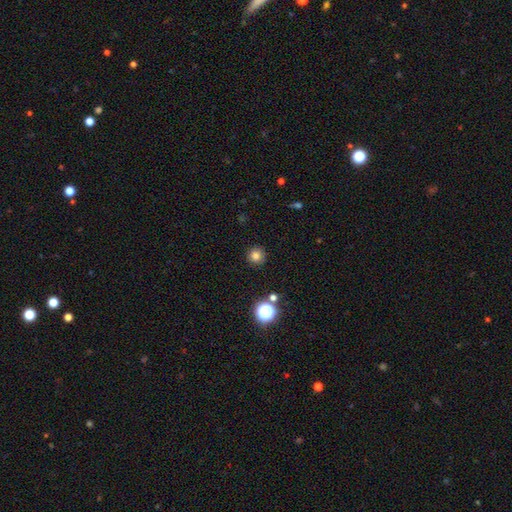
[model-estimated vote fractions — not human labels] Morphology: type=smooth (80%); roundness=round (95%); merging=none (91%).